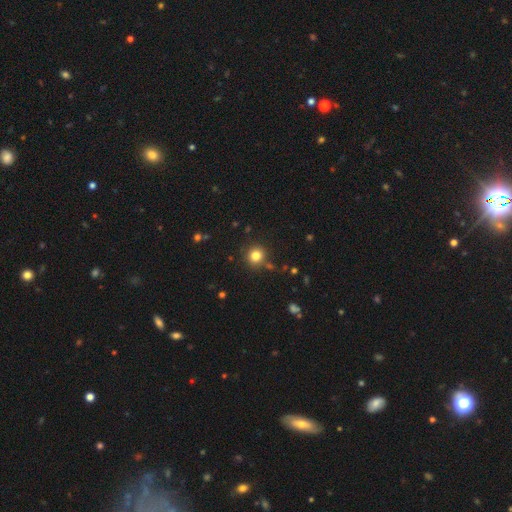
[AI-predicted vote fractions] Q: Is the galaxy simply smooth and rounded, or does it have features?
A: smooth — 81%.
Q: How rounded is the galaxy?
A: round — 91%.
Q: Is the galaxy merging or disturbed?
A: none — 85%.